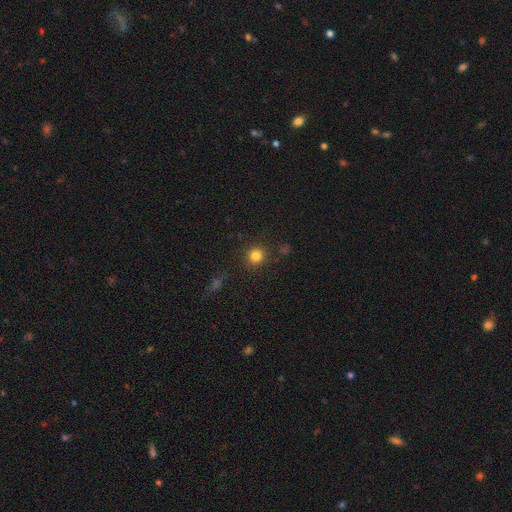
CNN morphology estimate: Smooth or featured? Predicted: smooth (p=0.82). How rounded? Predicted: round (p=0.93). Merging? Predicted: none (p=0.89).